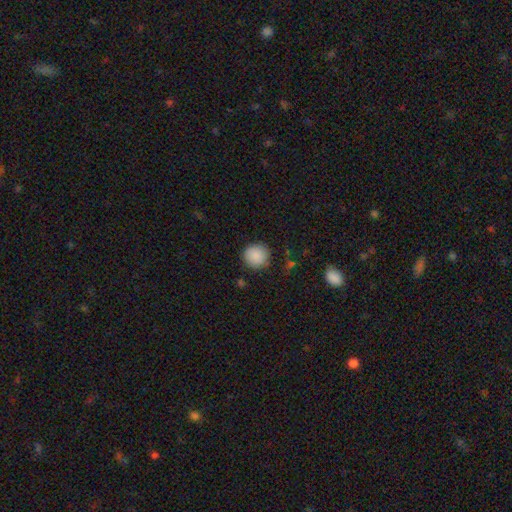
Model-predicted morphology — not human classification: Smooth or featured? smooth (88%)
How rounded? round (92%)
Merging? none (87%)